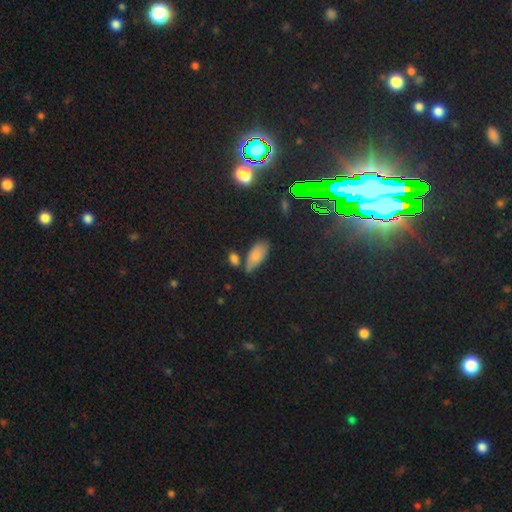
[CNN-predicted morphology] A smooth galaxy with no disk features (71%) that is in between round and cigar-shaped (84%).

Vote fractions:
- Smooth or featured? smooth: 71% / star or artifact: 18% / featured or disk: 11%
- How rounded? in between: 84% / cigar-shaped: 11% / round: 5%
- Merging? none: 60% / minor disturbance: 21% / merger: 12% / major disturbance: 6%